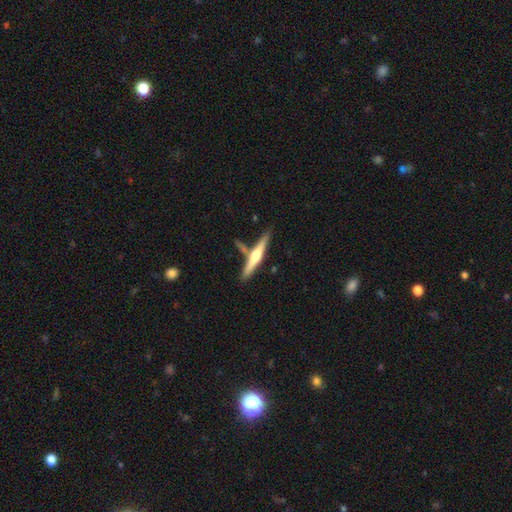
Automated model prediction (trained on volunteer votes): This is likely a featured or disk galaxy (66%). It is clearly viewed edge-on (97%). Edge-on bulge: clearly rounded (91%). Merging: likely none (74%).